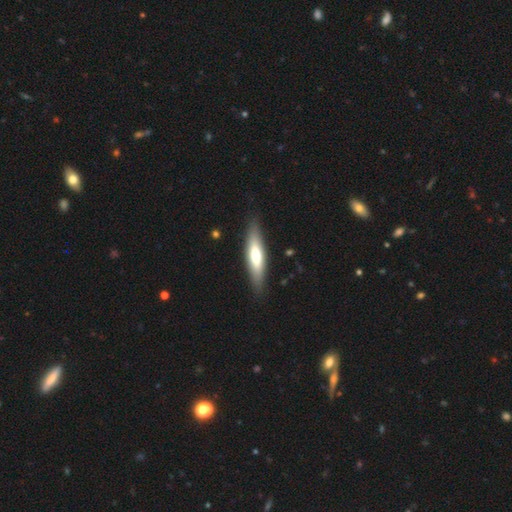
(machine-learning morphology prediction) type=smooth (59%); roundness=cigar-shaped (71%); merging=none (86%).